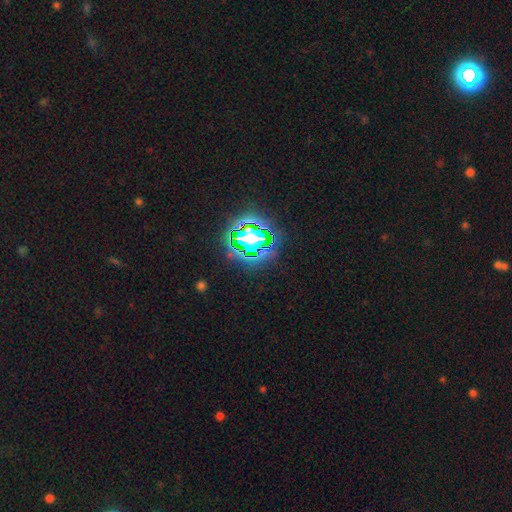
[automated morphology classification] A star or artifact, not a galaxy (76%).

Vote fractions:
- Smooth or featured? star or artifact: 76% / smooth: 14% / featured or disk: 10%